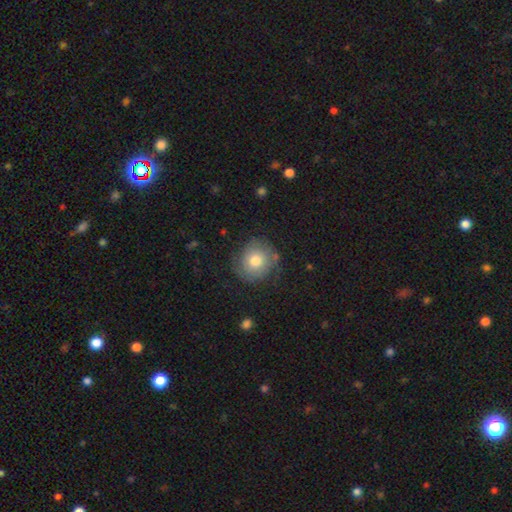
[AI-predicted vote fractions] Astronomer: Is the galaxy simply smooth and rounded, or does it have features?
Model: smooth — 56% (runner-up: featured or disk, 32%).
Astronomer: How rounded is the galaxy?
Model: round — 90%.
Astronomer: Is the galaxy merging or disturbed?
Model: none — 80%.